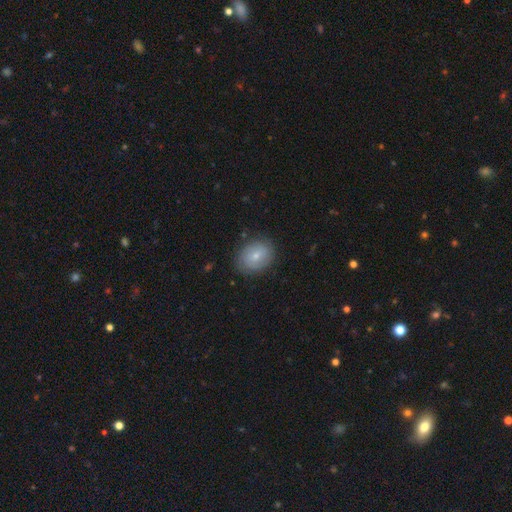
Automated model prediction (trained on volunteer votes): Smooth or featured?
  - smooth: 64% *
  - featured or disk: 29%
  - star or artifact: 8%
How rounded?
  - in between: 60% *
  - round: 39%
  - cigar-shaped: 1%
Merging?
  - none: 81% *
  - minor disturbance: 14%
  - major disturbance: 4%
  - merger: 1%